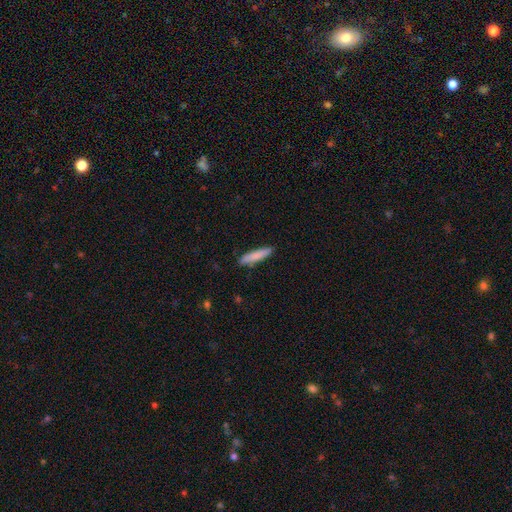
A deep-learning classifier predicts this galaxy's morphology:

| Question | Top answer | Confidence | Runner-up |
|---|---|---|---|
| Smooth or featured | smooth | 82% | featured or disk (13%) |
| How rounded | cigar-shaped | 86% | in between (12%) |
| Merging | none | 84% | minor disturbance (12%) |